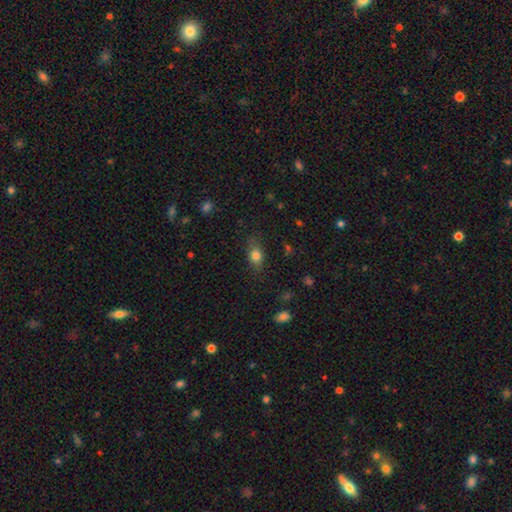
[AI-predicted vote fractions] smooth_or_featured: smooth (p=0.78) [alt: star or artifact p=0.11]
how_rounded: in between (p=0.70) [alt: round p=0.25]
merging: none (p=0.75) [alt: minor disturbance p=0.18]